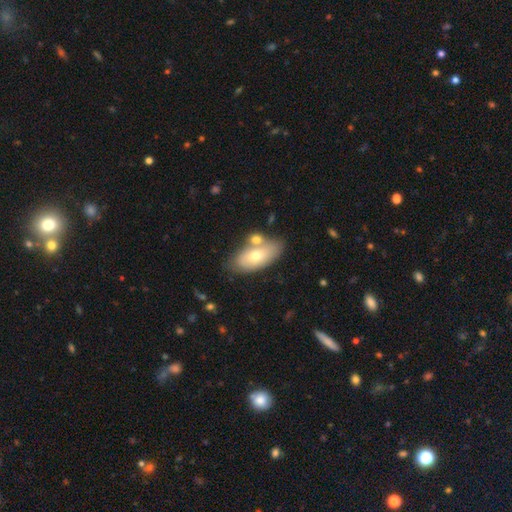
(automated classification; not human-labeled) Smooth or featured? Predicted: smooth (p=0.64). How rounded? Predicted: in between (p=0.90). Merging? Predicted: none (p=0.55).